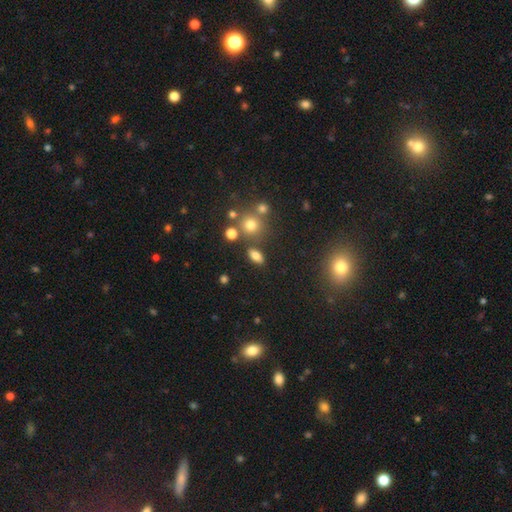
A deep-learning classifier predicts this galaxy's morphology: This is likely a smooth galaxy (77%). How rounded: clearly in between (84%). Merging: likely none (77%).